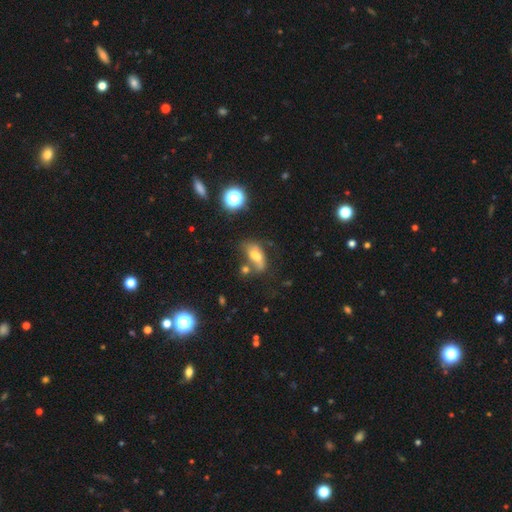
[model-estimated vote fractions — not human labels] This is possibly a smooth galaxy (48%). Merging: marginally merger (39%).